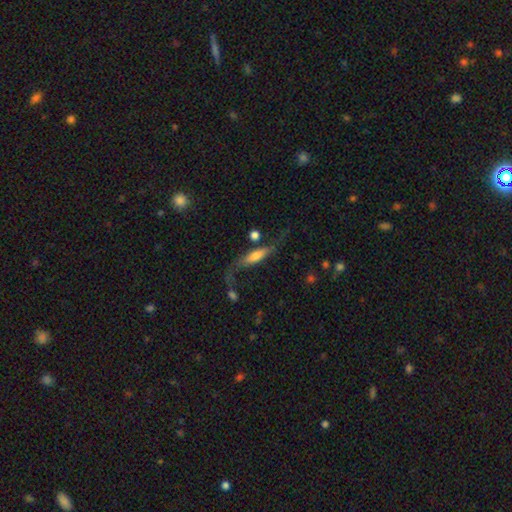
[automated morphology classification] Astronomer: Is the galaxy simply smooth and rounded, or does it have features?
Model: smooth — 46%, tied with featured or disk at 46%.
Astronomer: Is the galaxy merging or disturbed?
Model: none — 43% (runner-up: major disturbance, 25%).